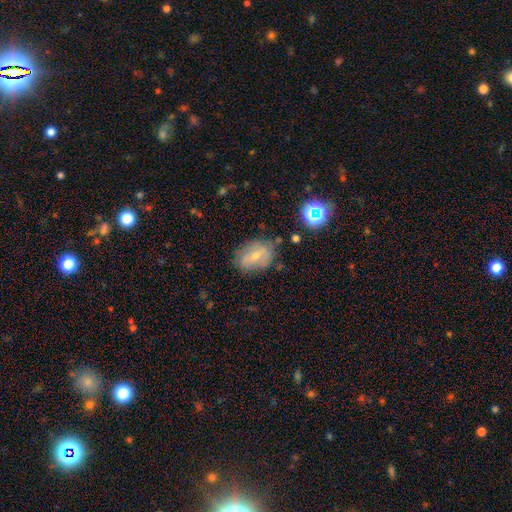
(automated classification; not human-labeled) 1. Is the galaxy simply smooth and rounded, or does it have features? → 56% smooth, 32% featured or disk, 12% star or artifact.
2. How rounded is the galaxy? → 78% in between, 20% round, 2% cigar-shaped.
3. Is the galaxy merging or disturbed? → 68% none, 22% minor disturbance, 7% major disturbance, 3% merger.